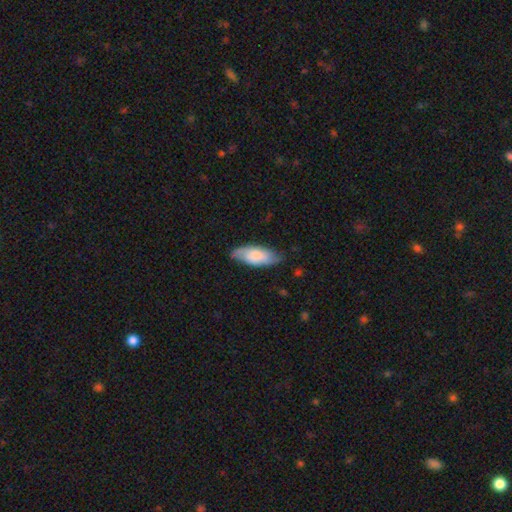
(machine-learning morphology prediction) Smooth or featured? Predicted: smooth (p=0.67). How rounded? Predicted: in between (p=0.80). Merging? Predicted: none (p=0.75).